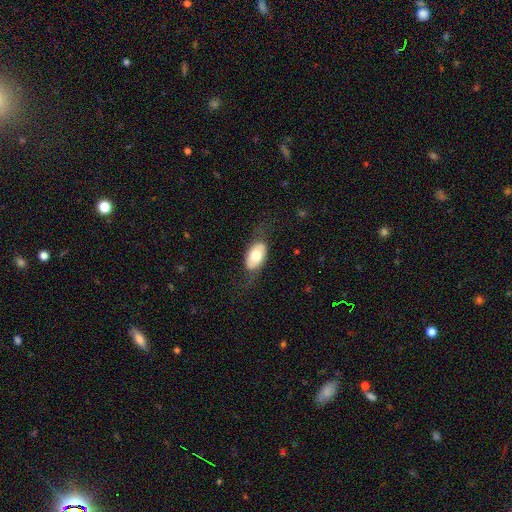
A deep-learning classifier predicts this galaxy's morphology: A smooth galaxy with no disk features (60%) that is in between round and cigar-shaped (93%). Merging: none (70%).